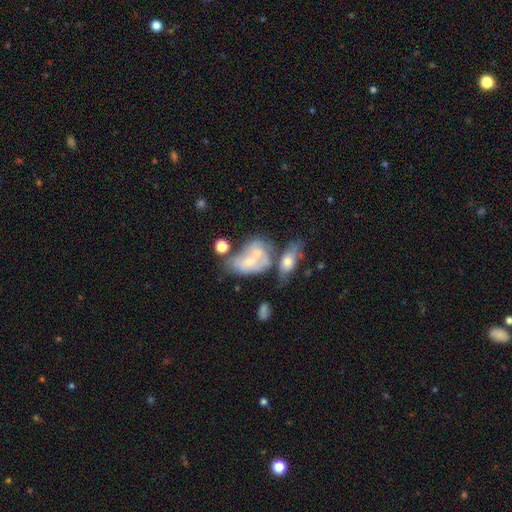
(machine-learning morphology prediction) A featured or disk galaxy (51%).

Vote fractions:
- Smooth or featured? featured or disk: 51% / smooth: 37% / star or artifact: 12%
- Edge-on disk? no: 92% / yes: 8%
- Merging? merger: 51% / none: 23% / minor disturbance: 14% / major disturbance: 11%